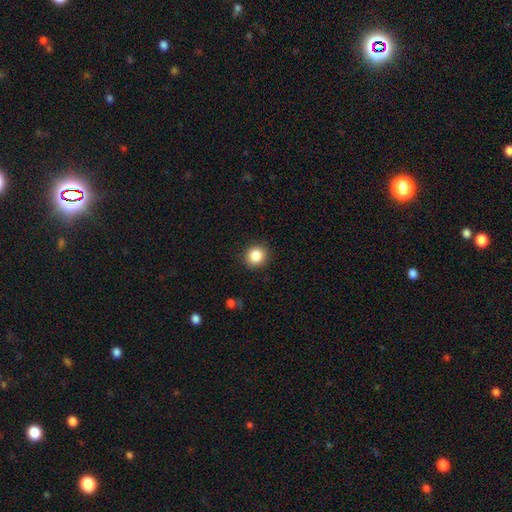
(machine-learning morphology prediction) Smooth or featured? Predicted: smooth (p=0.86). How rounded? Predicted: round (p=0.90). Merging? Predicted: none (p=0.91).